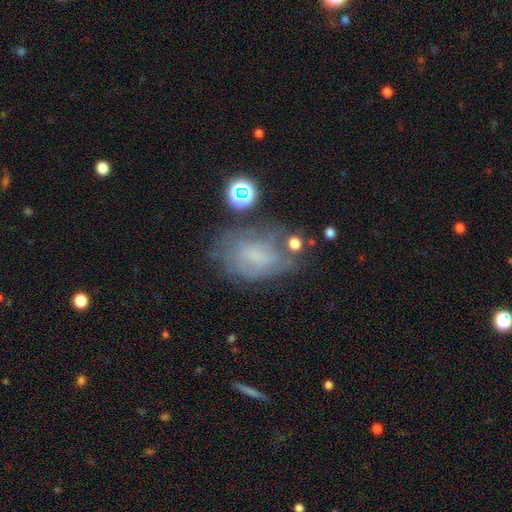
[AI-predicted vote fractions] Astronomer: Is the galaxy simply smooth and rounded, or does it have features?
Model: featured or disk — 46% (runner-up: smooth, 39%).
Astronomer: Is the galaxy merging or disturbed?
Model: none — 49% (runner-up: minor disturbance, 25%).